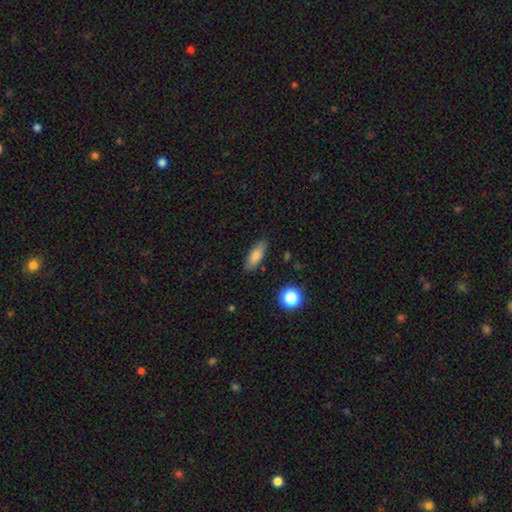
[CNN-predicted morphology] A smooth galaxy with no disk features (79%) that is in between round and cigar-shaped (65%). Merging: none (84%).